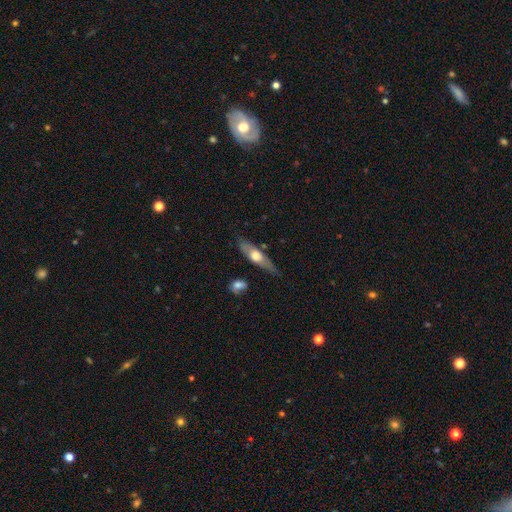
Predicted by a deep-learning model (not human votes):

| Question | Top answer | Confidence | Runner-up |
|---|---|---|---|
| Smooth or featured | featured or disk | 50% | smooth (45%) |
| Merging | none | 69% | minor disturbance (22%) |